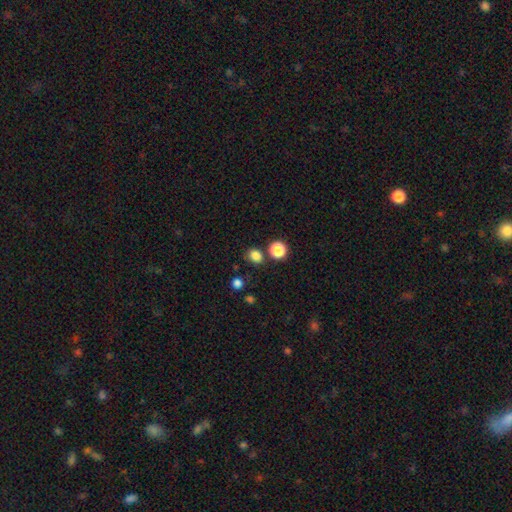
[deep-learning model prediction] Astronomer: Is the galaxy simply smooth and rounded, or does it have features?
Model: smooth — 82%.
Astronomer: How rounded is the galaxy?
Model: round — 68%.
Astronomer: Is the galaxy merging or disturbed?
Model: none — 76%.